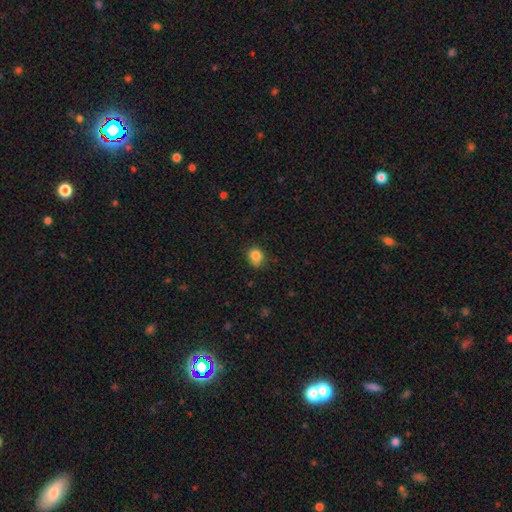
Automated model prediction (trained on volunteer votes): A smooth galaxy with no disk features (84%) that is round (67%).

Vote fractions:
- Smooth or featured? smooth: 84% / star or artifact: 11% / featured or disk: 5%
- How rounded? round: 67% / in between: 32% / cigar-shaped: 1%
- Merging? none: 73% / minor disturbance: 21% / major disturbance: 4% / merger: 2%